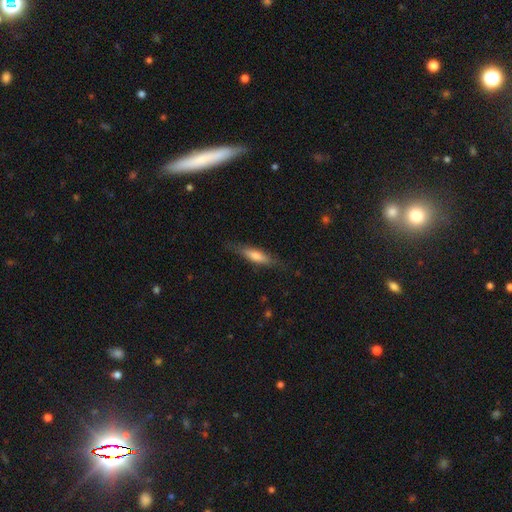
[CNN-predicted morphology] Q: Smooth or featured?
A: smooth (58%); runner-up: featured or disk (36%)
Q: How rounded?
A: cigar-shaped (77%); runner-up: in between (21%)
Q: Merging?
A: none (81%); runner-up: minor disturbance (15%)